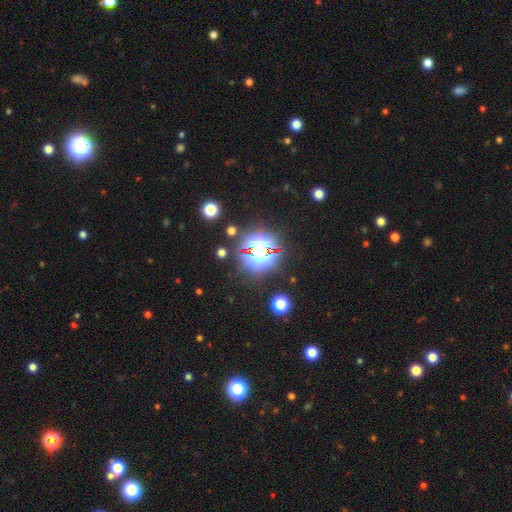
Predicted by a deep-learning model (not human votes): Q: Smooth or featured?
A: star or artifact (78%); runner-up: smooth (14%)